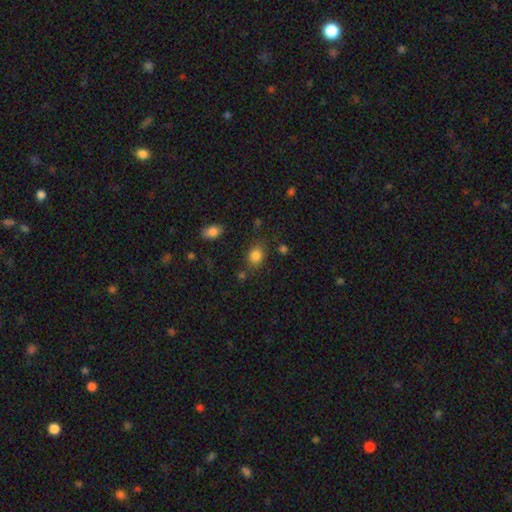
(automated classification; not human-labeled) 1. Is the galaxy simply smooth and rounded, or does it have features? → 84% smooth, 11% star or artifact, 6% featured or disk.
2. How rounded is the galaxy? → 51% in between, 47% round, 1% cigar-shaped.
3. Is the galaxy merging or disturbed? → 73% none, 16% minor disturbance, 6% merger, 5% major disturbance.